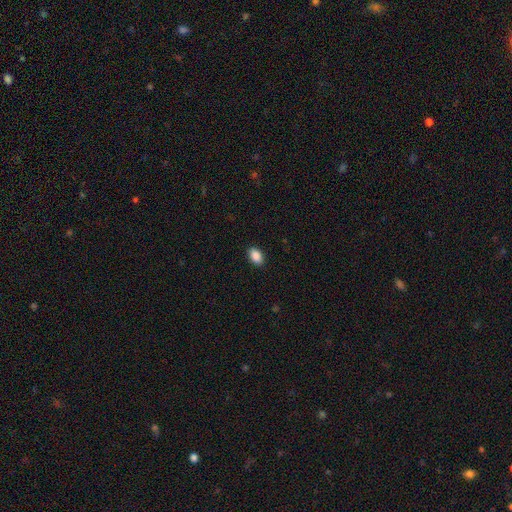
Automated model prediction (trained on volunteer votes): Q: Smooth or featured?
A: smooth (89%); runner-up: star or artifact (7%)
Q: How rounded?
A: in between (90%); runner-up: round (9%)
Q: Merging?
A: none (90%); runner-up: minor disturbance (7%)